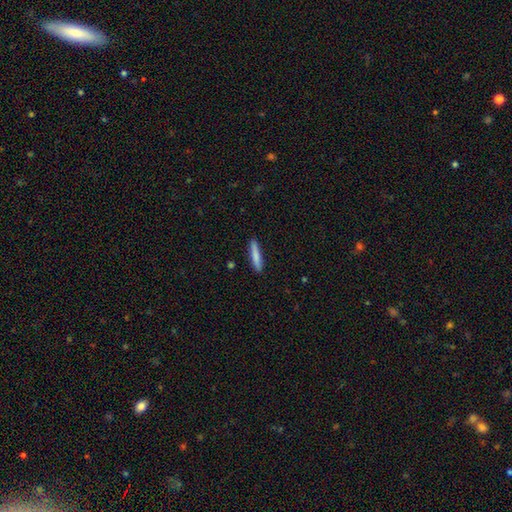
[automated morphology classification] Smooth or featured? smooth (78%)
How rounded? cigar-shaped (92%)
Merging? none (90%)